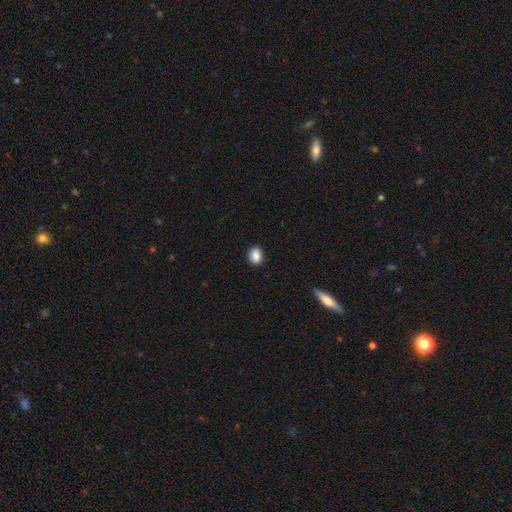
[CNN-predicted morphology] Smooth or featured? Predicted: smooth (p=0.88). How rounded? Predicted: in between (p=0.54). Merging? Predicted: none (p=0.89).